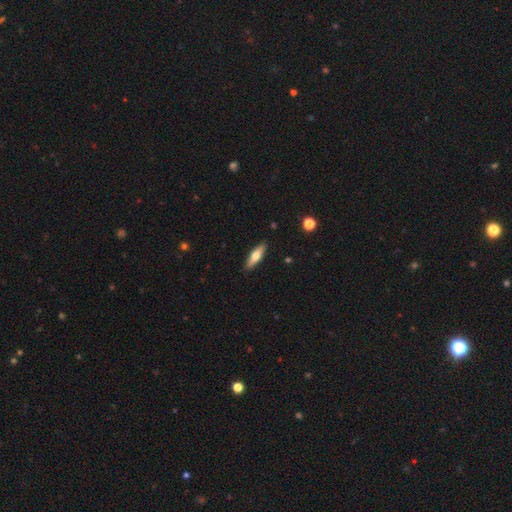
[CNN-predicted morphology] Smooth or featured: smooth — 61% (featured or disk — 34%)
How rounded: cigar-shaped — 56% (in between — 42%)
Merging: none — 90% (minor disturbance — 8%)